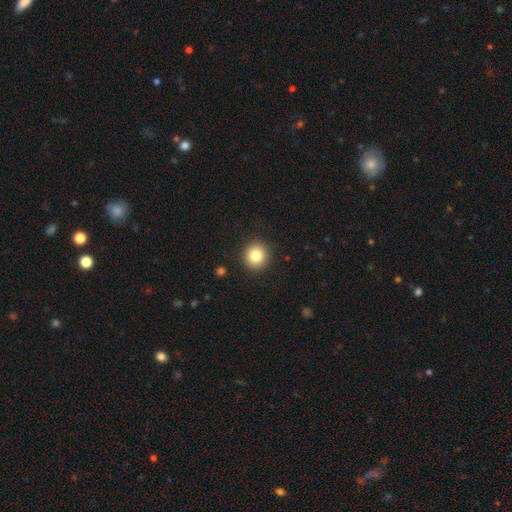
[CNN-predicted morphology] Q: Smooth or featured?
A: smooth (83%); runner-up: star or artifact (10%)
Q: How rounded?
A: round (92%); runner-up: in between (7%)
Q: Merging?
A: none (92%); runner-up: minor disturbance (5%)